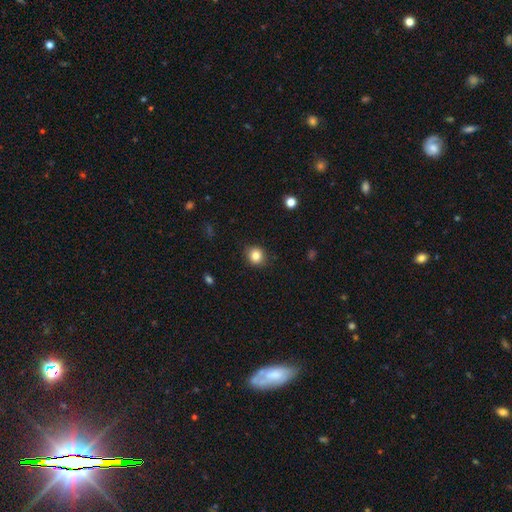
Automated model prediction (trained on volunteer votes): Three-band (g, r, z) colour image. It shows a smooth galaxy with no disk features (84%) that is round (83%). Merging: none (88%).